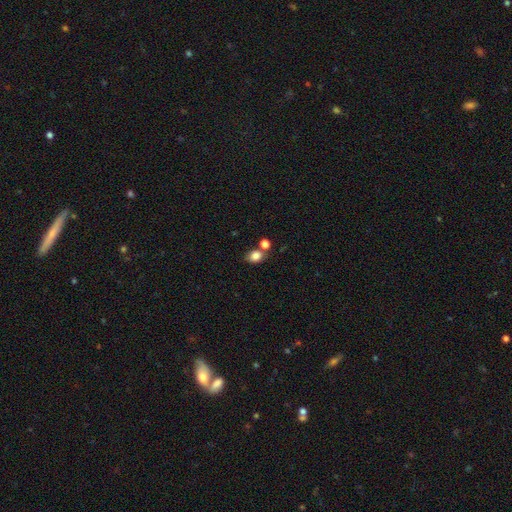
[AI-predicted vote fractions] Smooth or featured: smooth — 82% (star or artifact — 11%)
How rounded: in between — 60% (round — 39%)
Merging: none — 58% (merger — 24%)